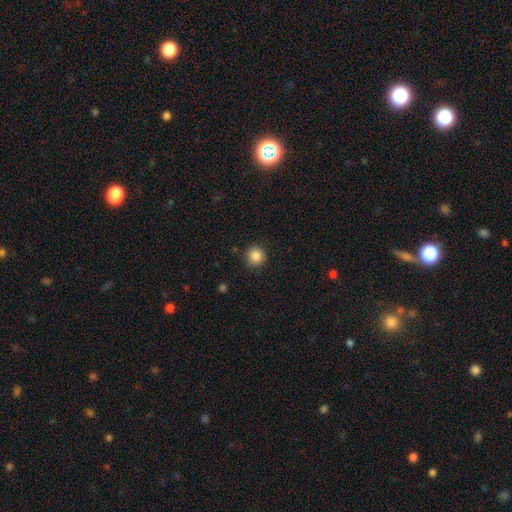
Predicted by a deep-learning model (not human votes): Smooth or featured?
  - smooth: 87% *
  - star or artifact: 10%
  - featured or disk: 3%
How rounded?
  - round: 94% *
  - in between: 5%
  - cigar-shaped: 1%
Merging?
  - none: 90% *
  - minor disturbance: 7%
  - major disturbance: 2%
  - merger: 1%